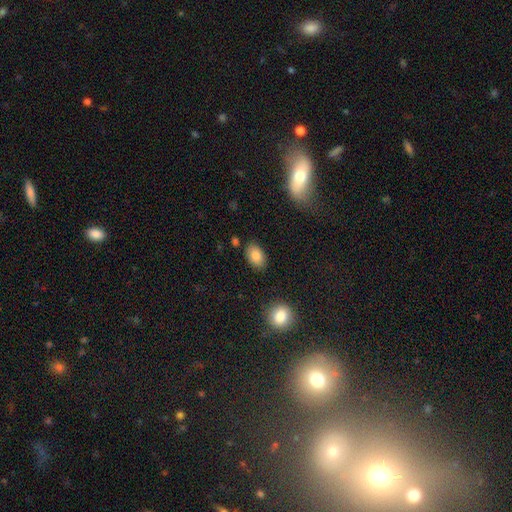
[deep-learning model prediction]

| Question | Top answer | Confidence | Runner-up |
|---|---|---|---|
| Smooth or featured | smooth | 85% | star or artifact (8%) |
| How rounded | in between | 89% | round (10%) |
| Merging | none | 84% | minor disturbance (10%) |